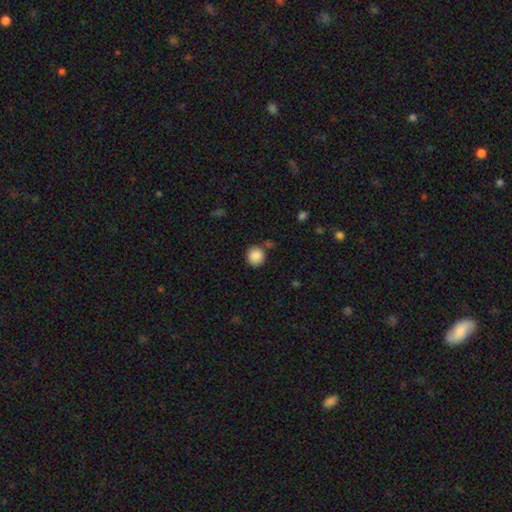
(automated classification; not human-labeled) Smooth or featured?
  - smooth: 88% *
  - star or artifact: 8%
  - featured or disk: 4%
How rounded?
  - round: 90% *
  - in between: 9%
  - cigar-shaped: 1%
Merging?
  - none: 79% *
  - minor disturbance: 11%
  - merger: 6%
  - major disturbance: 3%